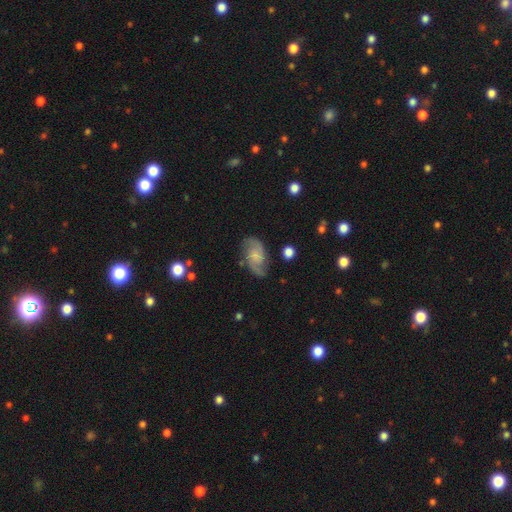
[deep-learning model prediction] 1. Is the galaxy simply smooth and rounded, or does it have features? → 79% featured or disk, 15% smooth, 6% star or artifact.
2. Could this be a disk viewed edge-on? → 97% no, 3% yes.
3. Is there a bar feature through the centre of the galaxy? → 57% no, 37% weak, 6% strong.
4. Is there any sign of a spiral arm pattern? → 96% yes, 4% no.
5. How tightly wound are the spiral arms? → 51% medium, 28% loose, 21% tight.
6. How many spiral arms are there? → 89% 2, 5% can't tell, 2% 1, 2% 3, 1% 4, 1% more than 4.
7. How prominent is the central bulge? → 50% small, 26% none, 20% moderate, 3% large, 1% dominant.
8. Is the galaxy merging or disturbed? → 73% none, 18% minor disturbance, 7% major disturbance, 2% merger.